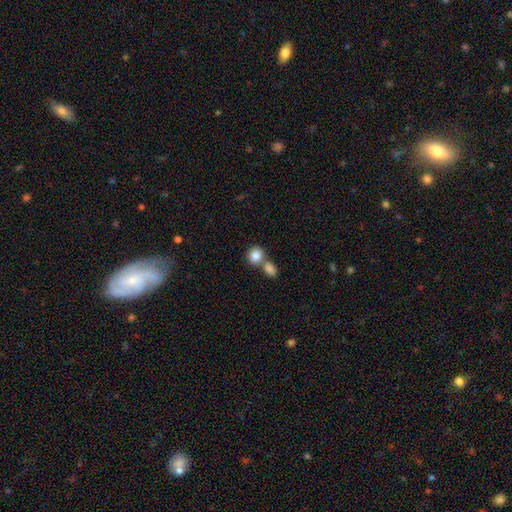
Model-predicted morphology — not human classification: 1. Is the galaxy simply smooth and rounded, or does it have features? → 84% smooth, 8% star or artifact, 7% featured or disk.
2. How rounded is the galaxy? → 76% round, 22% in between, 1% cigar-shaped.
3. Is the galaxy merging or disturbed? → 46% none, 45% merger, 7% minor disturbance, 3% major disturbance.